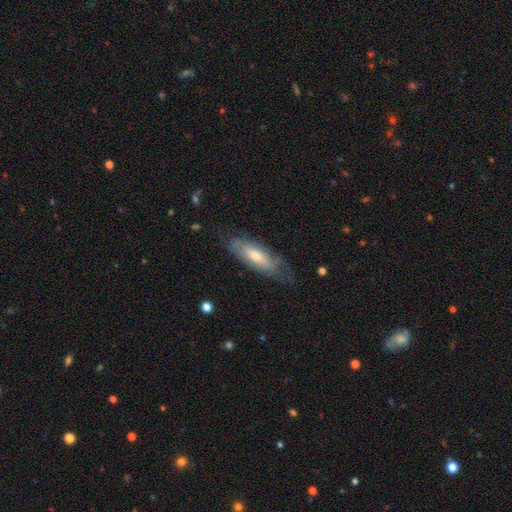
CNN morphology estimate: This is possibly a smooth galaxy (50%). Merging: likely none (67%).